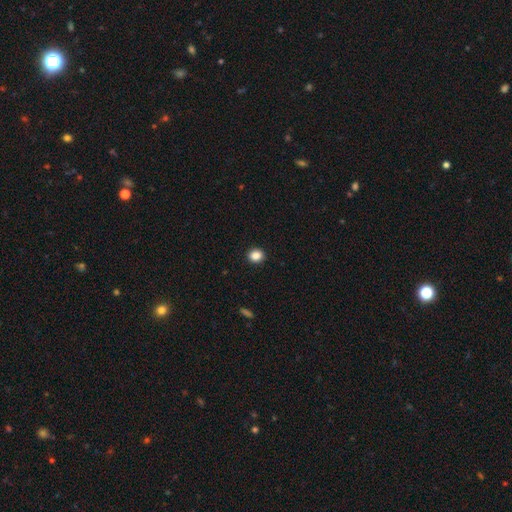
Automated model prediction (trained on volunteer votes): Smooth or featured? smooth (87%)
How rounded? round (72%)
Merging? none (92%)